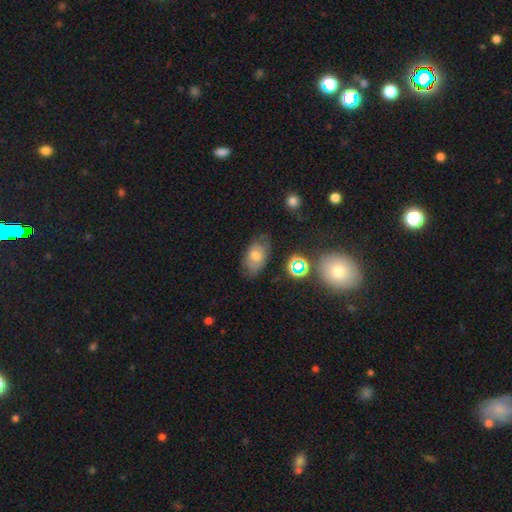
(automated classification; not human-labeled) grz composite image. It shows a smooth galaxy with no disk features (63%) that is in between round and cigar-shaped (88%). Merging: none (68%).